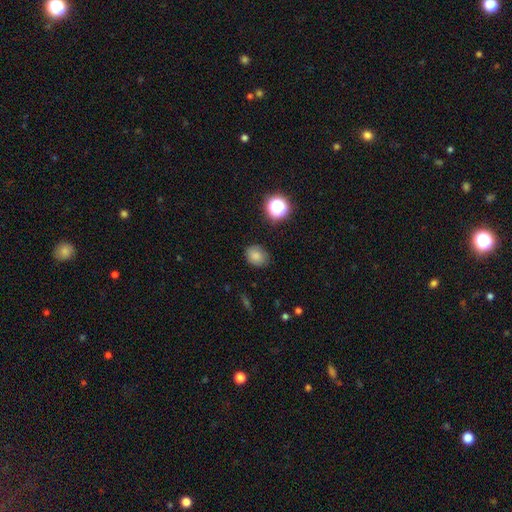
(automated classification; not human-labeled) Smooth or featured? Predicted: smooth (p=0.80). How rounded? Predicted: round (p=0.50). Merging? Predicted: none (p=0.80).